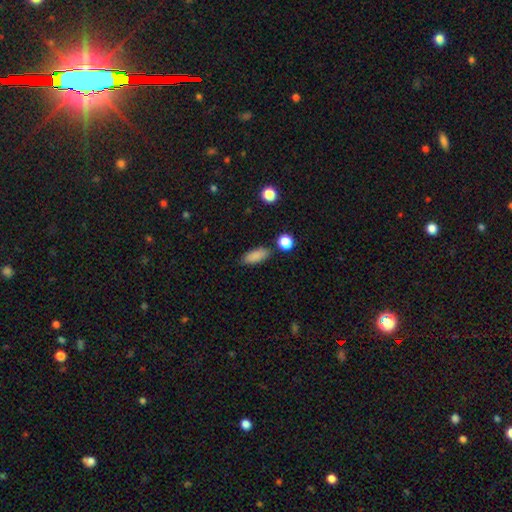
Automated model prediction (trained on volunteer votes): Overall: smooth (86%). How rounded: in between (80%). Merging: none (82%).